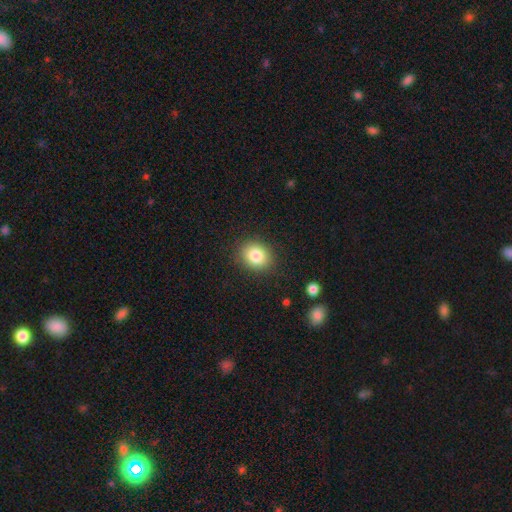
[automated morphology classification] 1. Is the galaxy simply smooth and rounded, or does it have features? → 83% smooth, 10% star or artifact, 7% featured or disk.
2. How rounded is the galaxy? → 65% round, 35% in between, 1% cigar-shaped.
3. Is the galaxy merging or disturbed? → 88% none, 8% minor disturbance, 3% major disturbance, 1% merger.